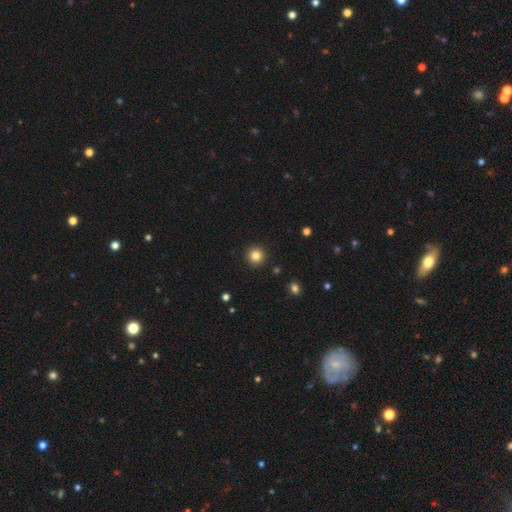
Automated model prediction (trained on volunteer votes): Morphology: type=smooth (83%); roundness=round (96%); merging=none (93%).